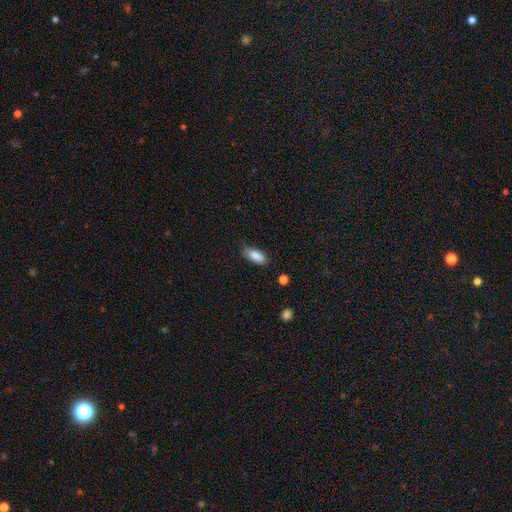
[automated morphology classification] Overall: smooth (87%). How rounded: in between (84%). Merging: none (77%).